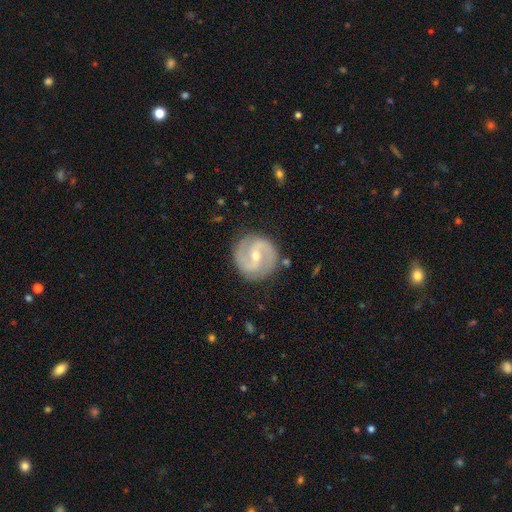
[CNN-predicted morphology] featured or disk 87%, smooth 8%, star or artifact 5%. Down the decision tree: edge-on disk — no (98%); bar — weak (46%); spiral arms — yes (96%); spiral arm count — 2 (93%); spiral winding — medium (52%); bulge size — small (51%); merging — none (87%).